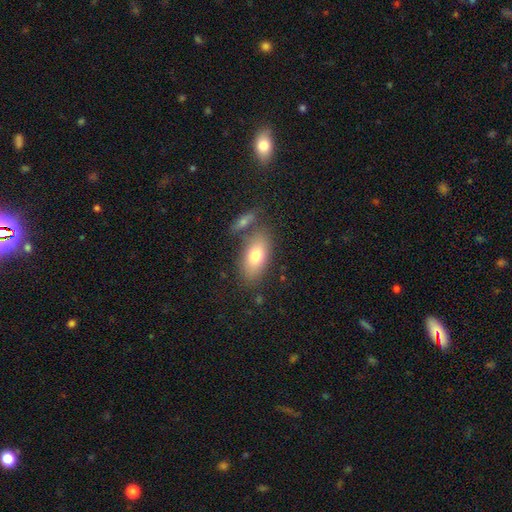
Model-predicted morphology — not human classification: This appears to be a smooth galaxy with no disk features (75%) that is in between round and cigar-shaped (88%). Merging: none (69%).